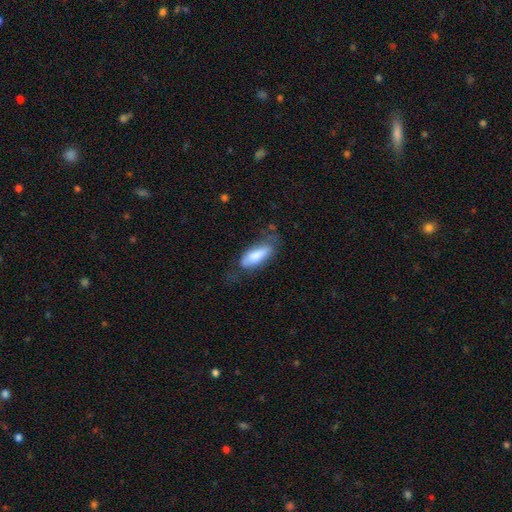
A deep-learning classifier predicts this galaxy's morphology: Smooth or featured?
  - smooth: 78% *
  - featured or disk: 16%
  - star or artifact: 6%
How rounded?
  - in between: 68% *
  - cigar-shaped: 30%
  - round: 2%
Merging?
  - none: 46% *
  - minor disturbance: 32%
  - major disturbance: 19%
  - merger: 3%